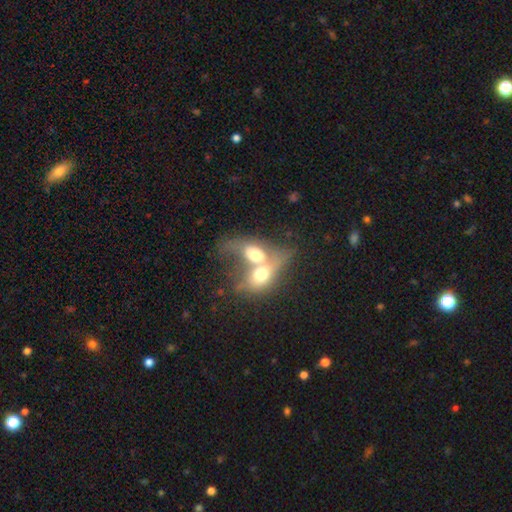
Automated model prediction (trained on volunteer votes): This appears to be a smooth galaxy with no disk features (58%) that is in between round and cigar-shaped (74%). Merging: merger (81%).